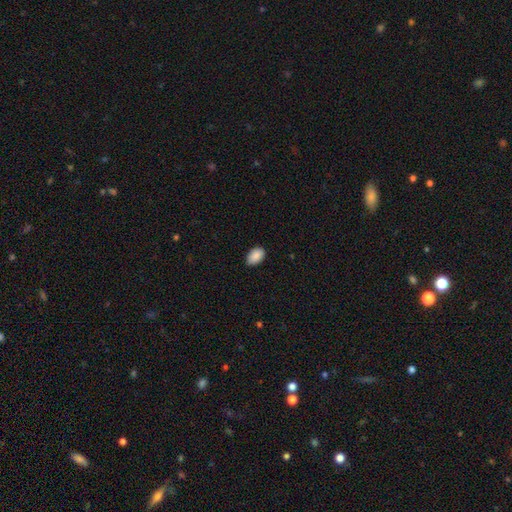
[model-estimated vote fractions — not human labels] Smooth or featured? smooth (89%)
How rounded? in between (91%)
Merging? none (80%)